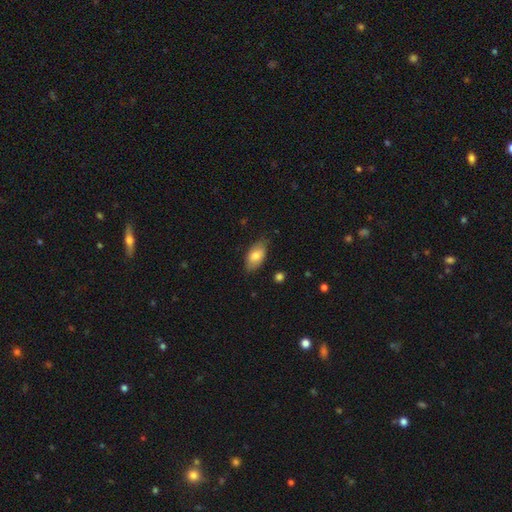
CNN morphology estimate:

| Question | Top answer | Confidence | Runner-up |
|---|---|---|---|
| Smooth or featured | smooth | 79% | featured or disk (14%) |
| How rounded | in between | 92% | round (5%) |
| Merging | none | 77% | minor disturbance (19%) |